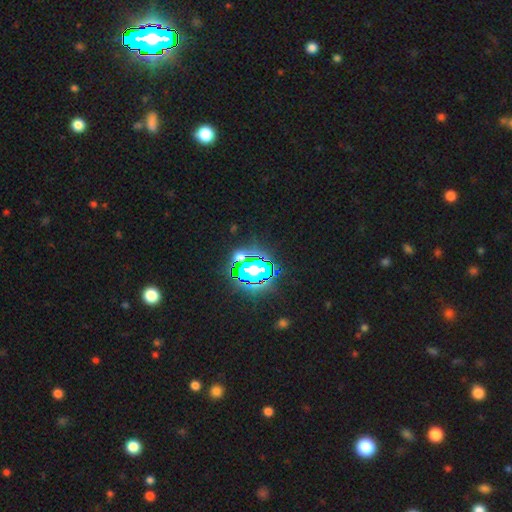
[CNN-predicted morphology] Q: Smooth or featured?
A: star or artifact (81%); runner-up: smooth (12%)